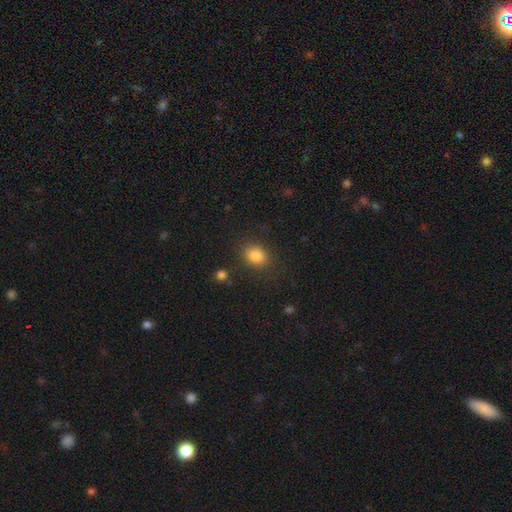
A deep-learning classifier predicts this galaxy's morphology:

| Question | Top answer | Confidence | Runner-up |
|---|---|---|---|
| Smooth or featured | smooth | 84% | star or artifact (10%) |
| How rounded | in between | 63% | round (36%) |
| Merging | none | 81% | minor disturbance (12%) |